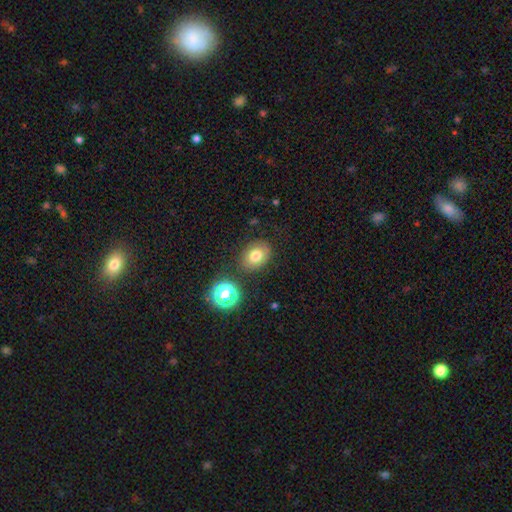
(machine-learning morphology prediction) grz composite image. It shows a smooth galaxy with no disk features (75%) that is in between round and cigar-shaped (60%). Merging: none (82%).